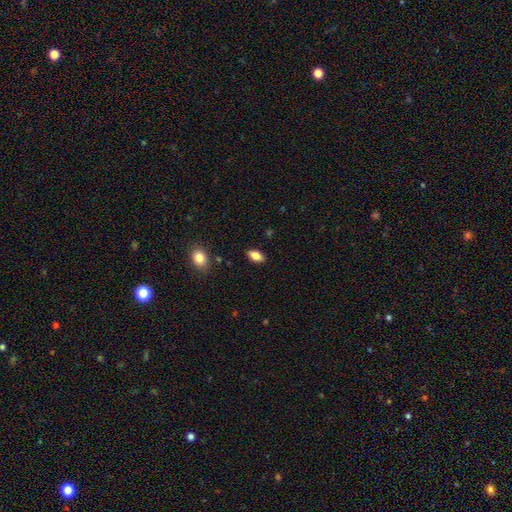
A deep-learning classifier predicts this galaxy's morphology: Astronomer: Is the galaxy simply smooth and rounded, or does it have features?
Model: smooth — 78%.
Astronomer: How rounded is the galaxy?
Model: in between — 89%.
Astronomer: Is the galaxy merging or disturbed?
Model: none — 86%.